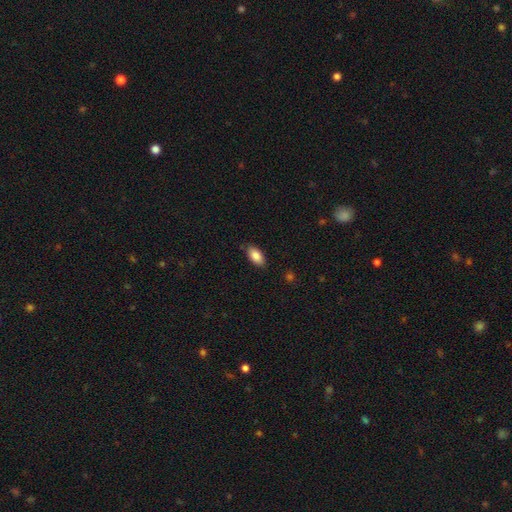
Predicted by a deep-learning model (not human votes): Smooth or featured? smooth (86%)
How rounded? in between (93%)
Merging? none (84%)